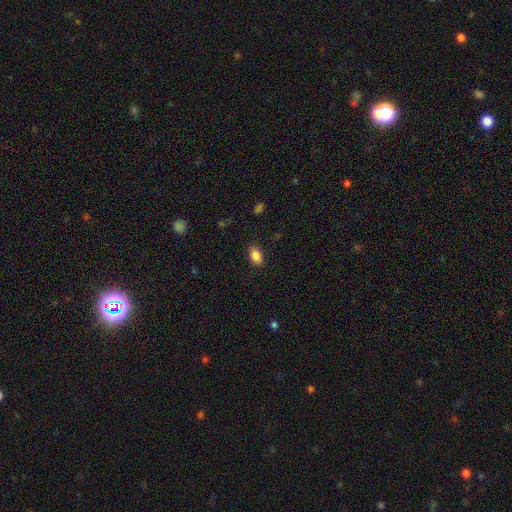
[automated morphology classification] This appears to be a smooth galaxy with no disk features (87%) that is in between round and cigar-shaped (90%). Merging: none (87%).